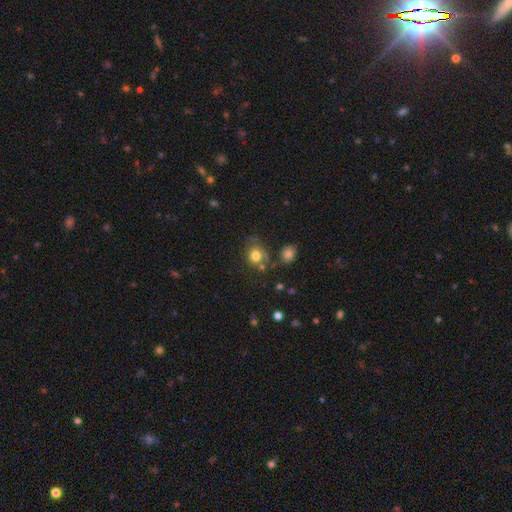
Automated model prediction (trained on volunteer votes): This is likely a smooth galaxy (77%). How rounded: likely round (70%). Merging: possibly none (56%).